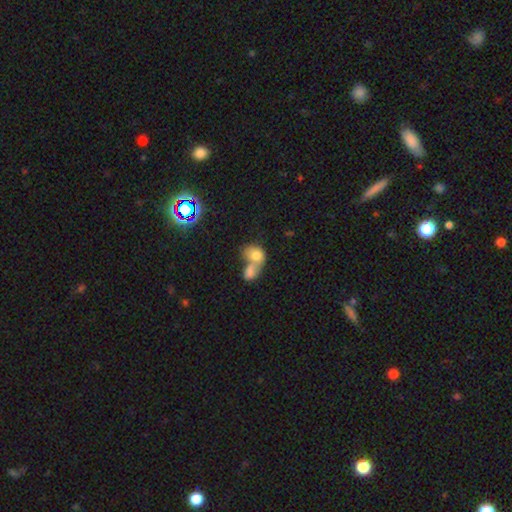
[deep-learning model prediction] Smooth or featured: smooth — 74% (featured or disk — 16%)
How rounded: in between — 61% (round — 37%)
Merging: merger — 75% (none — 14%)